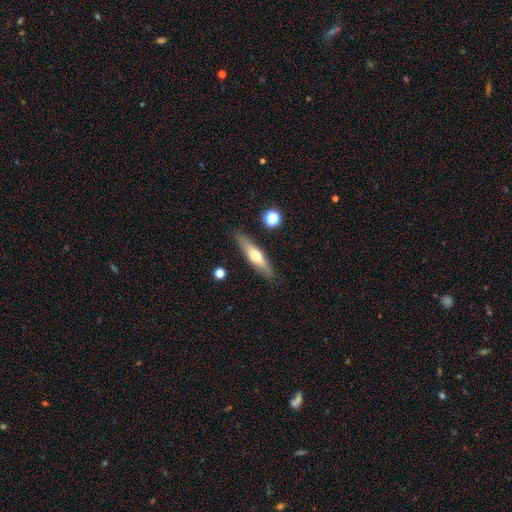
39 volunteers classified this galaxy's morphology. Q: Smooth or featured?
A: featured or disk (59%); runner-up: smooth (36%)
Q: Edge-on disk?
A: yes (100%)
Q: Edge-on bulge?
A: rounded (91%); runner-up: boxy (4%)
Q: Merging?
A: none (89%); runner-up: minor disturbance (5%)